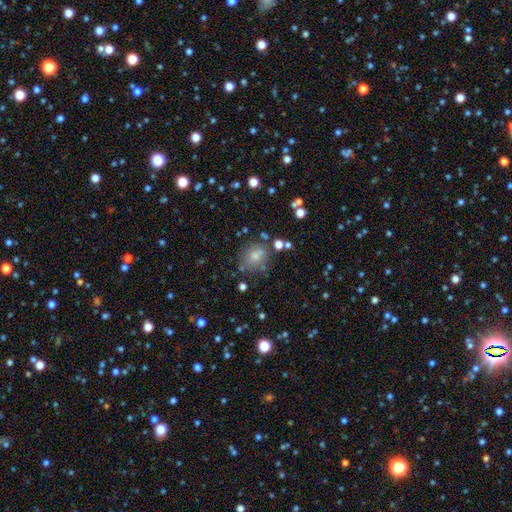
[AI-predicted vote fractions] Smooth or featured? Predicted: smooth (p=0.72). How rounded? Predicted: round (p=0.70). Merging? Predicted: none (p=0.66).